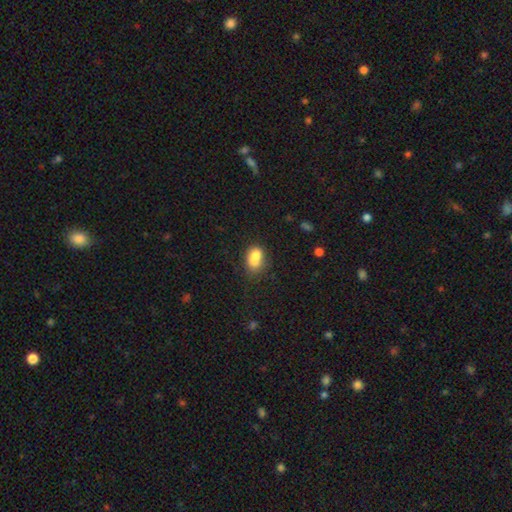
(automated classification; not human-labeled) Smooth or featured: smooth — 74% (featured or disk — 17%)
How rounded: in between — 71% (round — 27%)
Merging: merger — 49% (none — 31%)